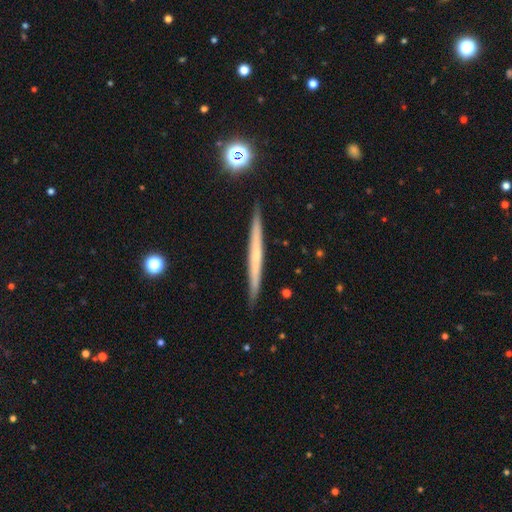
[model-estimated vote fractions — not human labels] smooth_or_featured: featured or disk (p=0.53) [alt: smooth p=0.40]
disk_edge_on: yes (p=0.97) [alt: no p=0.03]
edge_on_bulge: none (p=0.78) [alt: rounded p=0.17]
merging: none (p=0.92) [alt: minor disturbance p=0.06]